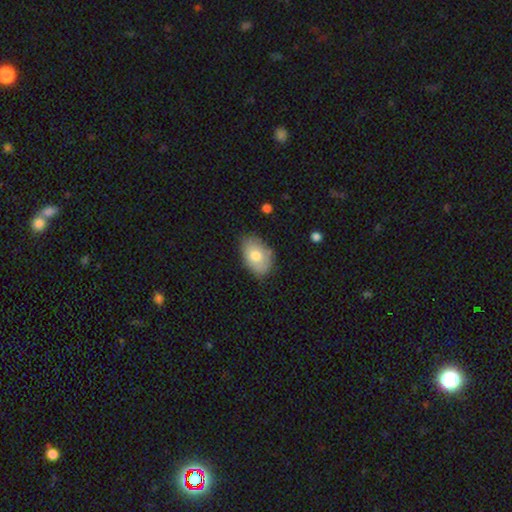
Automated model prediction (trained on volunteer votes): A smooth galaxy with no disk features (75%) that is in between round and cigar-shaped (89%). Merging: none (75%).